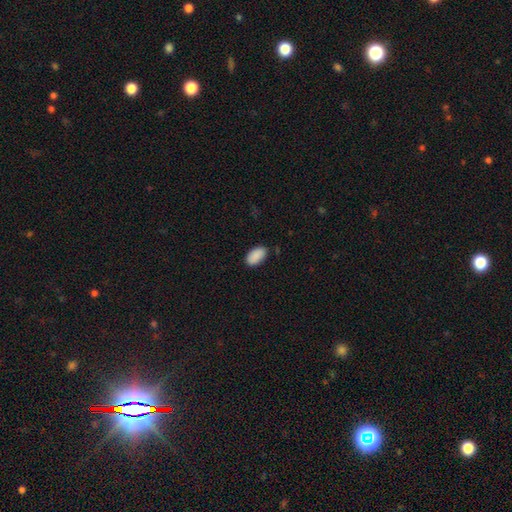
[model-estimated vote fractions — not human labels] Smooth or featured: smooth — 90% (star or artifact — 7%)
How rounded: in between — 95% (round — 3%)
Merging: none — 82% (minor disturbance — 14%)